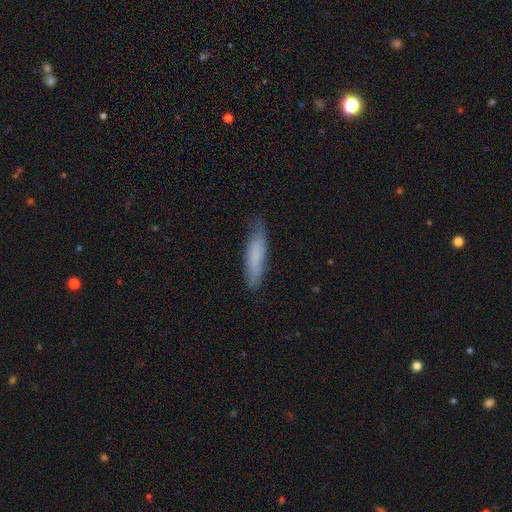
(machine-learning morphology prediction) smooth_or_featured: smooth (p=0.74) [alt: featured or disk p=0.19]
how_rounded: cigar-shaped (p=0.78) [alt: in between p=0.21]
merging: none (p=0.75) [alt: minor disturbance p=0.20]